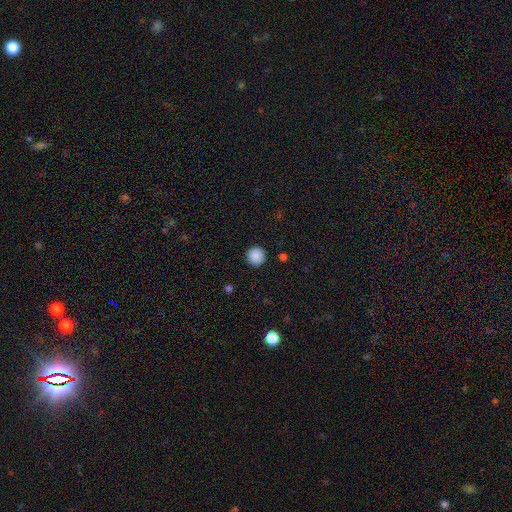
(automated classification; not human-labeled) smooth_or_featured: smooth (p=0.89) [alt: star or artifact p=0.09]
how_rounded: round (p=0.96) [alt: in between p=0.03]
merging: none (p=0.92) [alt: minor disturbance p=0.05]